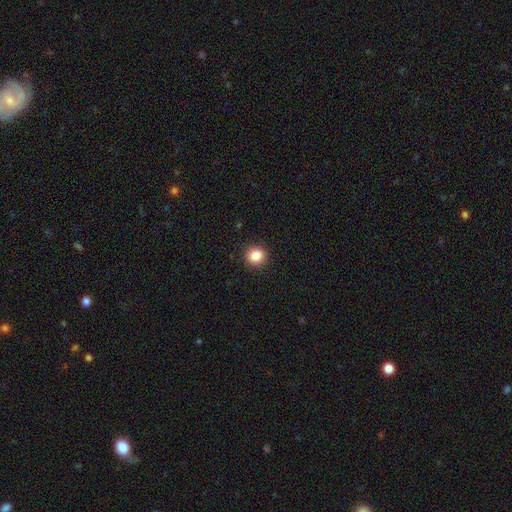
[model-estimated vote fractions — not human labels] Smooth or featured: smooth — 85% (star or artifact — 10%)
How rounded: round — 89% (in between — 10%)
Merging: none — 91% (minor disturbance — 6%)